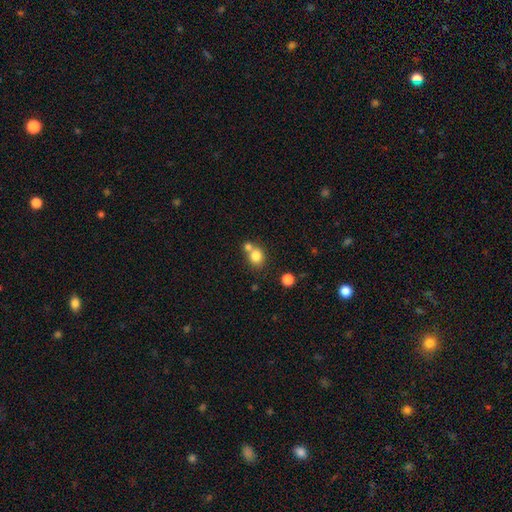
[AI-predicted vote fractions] A smooth galaxy with no disk features (80%) that is round (76%).

Vote fractions:
- Smooth or featured? smooth: 80% / star or artifact: 11% / featured or disk: 9%
- How rounded? round: 76% / in between: 23% / cigar-shaped: 1%
- Merging? none: 49% / merger: 41% / minor disturbance: 8% / major disturbance: 3%